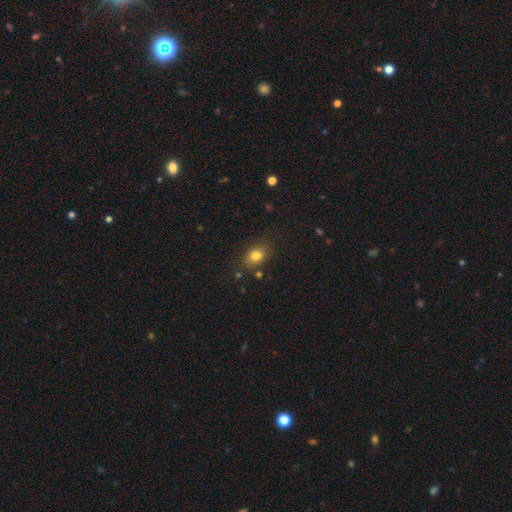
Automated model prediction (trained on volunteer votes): Overall: smooth (79%). How rounded: in between (70%). Merging: none (78%).